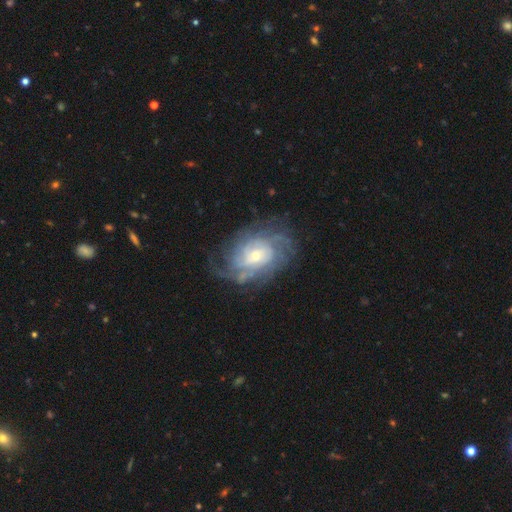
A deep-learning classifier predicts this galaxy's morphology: A featured or disk galaxy (85%) with no bar (68%), tight (64%) spiral arms (95%) and a small central bulge (63%). Merging: none (71%).